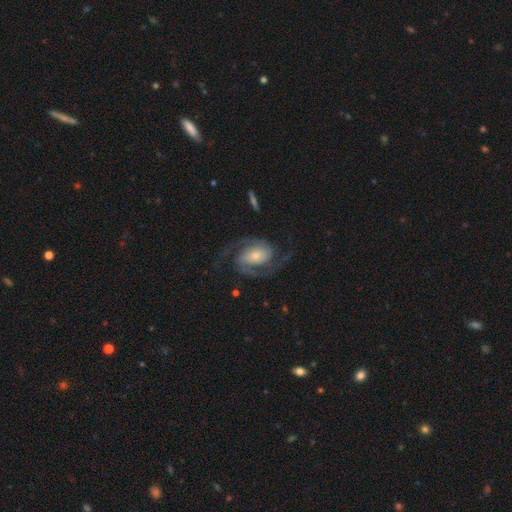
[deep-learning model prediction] Morphology: type=featured or disk (90%); edge-on=no (98%); bar=no (55%); spiral arms=yes (98%); winding=medium (55%); arm count=2 (92%); bulge=small (52%); merging=none (74%).